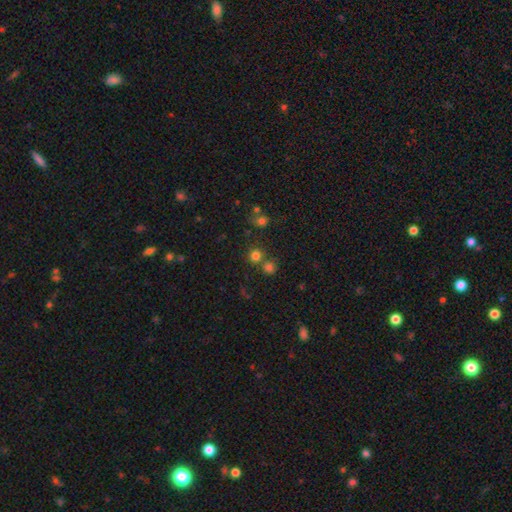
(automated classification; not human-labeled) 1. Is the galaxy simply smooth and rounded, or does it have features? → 75% smooth, 19% star or artifact, 6% featured or disk.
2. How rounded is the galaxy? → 91% round, 8% in between, 1% cigar-shaped.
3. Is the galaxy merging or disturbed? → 70% none, 20% merger, 7% minor disturbance, 3% major disturbance.